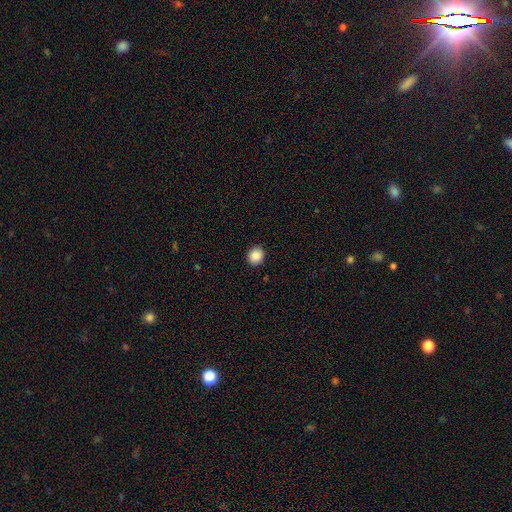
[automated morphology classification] Smooth or featured? Predicted: smooth (p=0.88). How rounded? Predicted: round (p=0.82). Merging? Predicted: none (p=0.91).